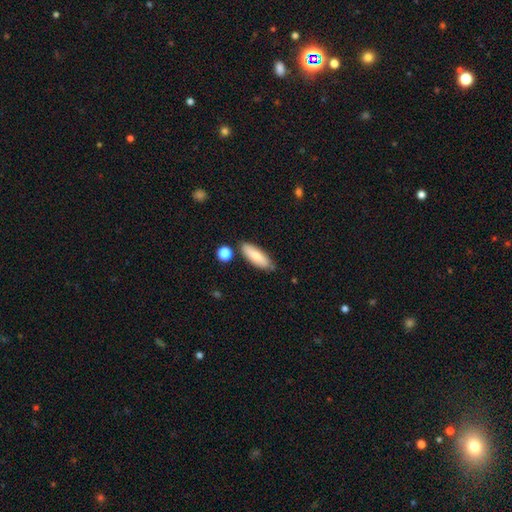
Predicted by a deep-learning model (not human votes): Overall: smooth (78%). How rounded: in between (64%; cigar-shaped 34%). Merging: none (78%).